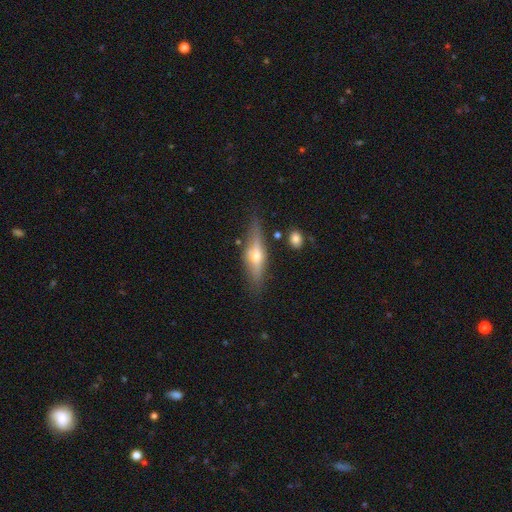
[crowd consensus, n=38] Smooth or featured? 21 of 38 (55%) said featured or disk. Edge-on disk? 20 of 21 (95%) said yes. Edge-on bulge? 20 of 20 (100%) said rounded. Merging? 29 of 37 (78%) said none.